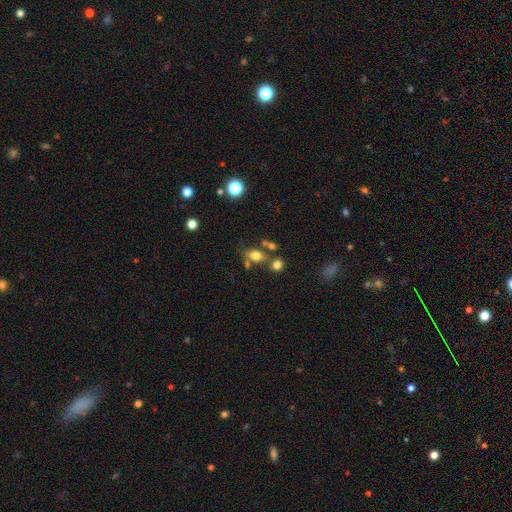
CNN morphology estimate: Smooth or featured? Predicted: smooth (p=0.75). How rounded? Predicted: in between (p=0.75). Merging? Predicted: none (p=0.56).